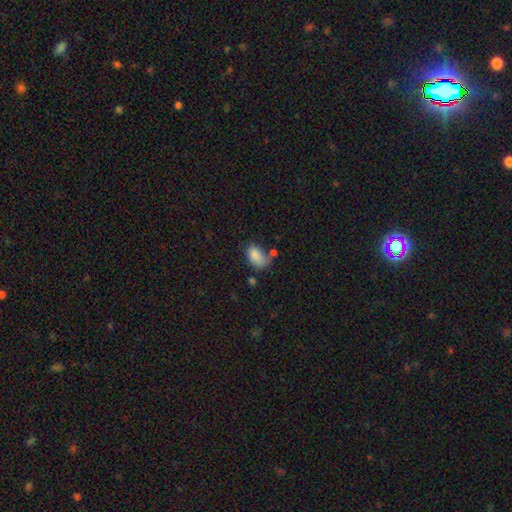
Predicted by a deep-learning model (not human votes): smooth_or_featured: smooth (p=0.82) [alt: star or artifact p=0.09]
how_rounded: in between (p=0.89) [alt: round p=0.10]
merging: none (p=0.41) [alt: minor disturbance p=0.28]